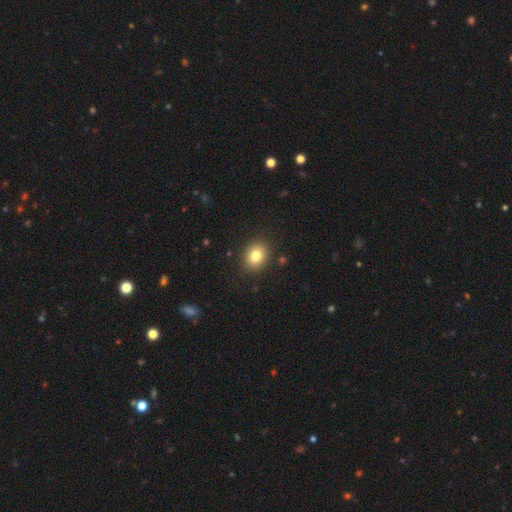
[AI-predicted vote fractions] Overall: smooth (81%). How rounded: round (55%; in between 44%). Merging: none (88%).